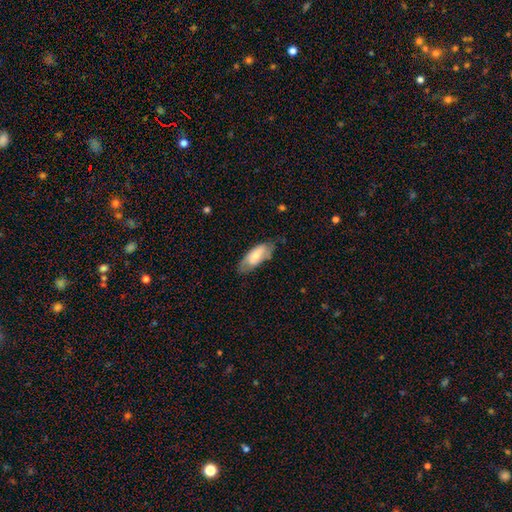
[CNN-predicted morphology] smooth_or_featured: smooth (p=0.62) [alt: featured or disk p=0.32]
how_rounded: in between (p=0.80) [alt: cigar-shaped p=0.18]
merging: none (p=0.67) [alt: minor disturbance p=0.25]